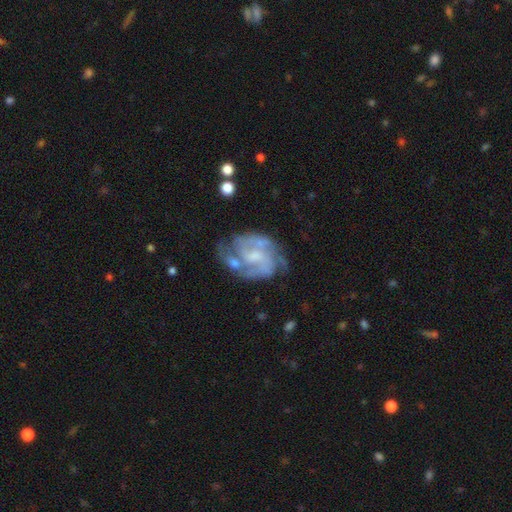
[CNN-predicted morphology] Smooth or featured? Predicted: featured or disk (p=0.83). Edge-on disk? Predicted: no (p=0.98). Bar? Predicted: no (p=0.46). Spiral arms? Predicted: yes (p=0.90). Spiral winding? Predicted: medium (p=0.47). Spiral arm count? Predicted: 2 (p=0.45). Bulge size? Predicted: small (p=0.39). Merging? Predicted: none (p=0.58).